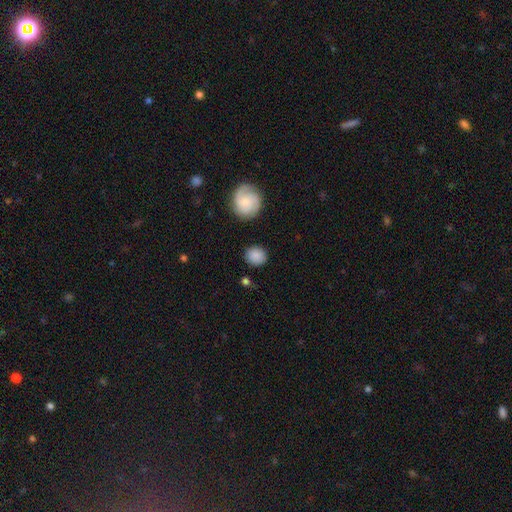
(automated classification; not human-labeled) A smooth galaxy with no disk features (84%) that is round (81%). Merging: none (84%).